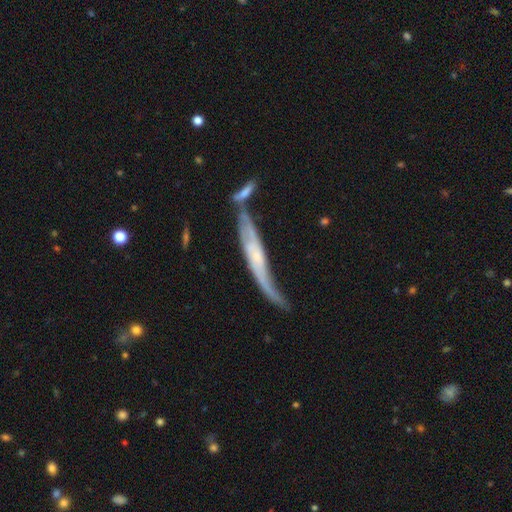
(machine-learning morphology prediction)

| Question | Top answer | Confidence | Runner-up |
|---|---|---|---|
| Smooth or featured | featured or disk | 71% | smooth (23%) |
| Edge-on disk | yes | 54% | no (46%) |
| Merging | none | 31% | merger (29%) |